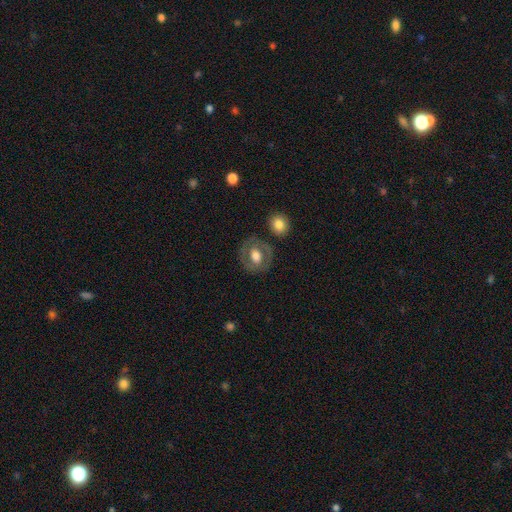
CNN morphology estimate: Overall: featured or disk (49%; smooth 45%). Merging: none (78%).